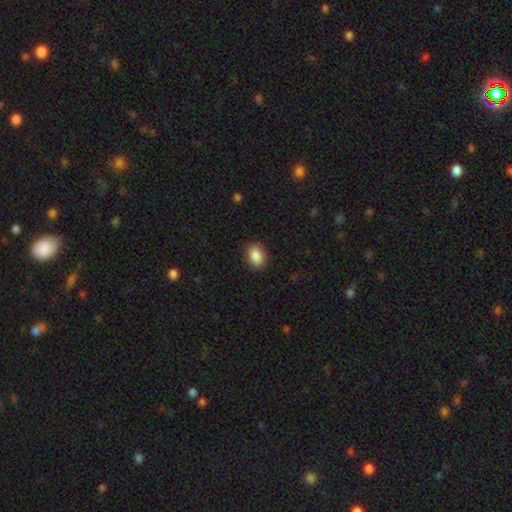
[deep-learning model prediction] Smooth or featured? smooth (88%)
How rounded? in between (75%)
Merging? none (88%)